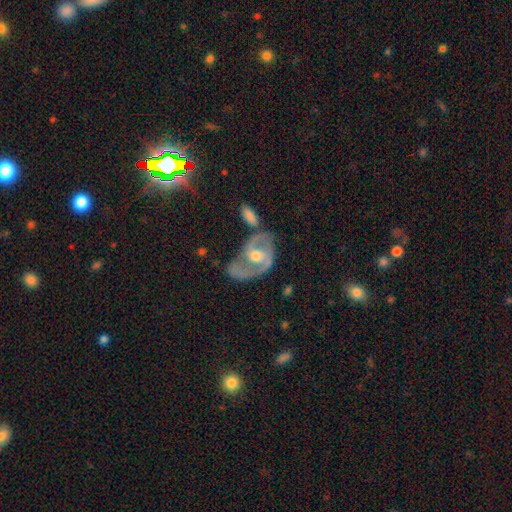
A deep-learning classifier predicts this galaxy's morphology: Q: Smooth or featured?
A: featured or disk (80%); runner-up: smooth (13%)
Q: Edge-on disk?
A: no (96%); runner-up: yes (4%)
Q: Bar?
A: no (48%); runner-up: weak (38%)
Q: Spiral arms?
A: yes (85%); runner-up: no (15%)
Q: Spiral winding?
A: medium (51%); runner-up: tight (26%)
Q: Spiral arm count?
A: 2 (75%); runner-up: 1 (11%)
Q: Bulge size?
A: moderate (72%); runner-up: small (18%)
Q: Merging?
A: none (46%); runner-up: minor disturbance (23%)